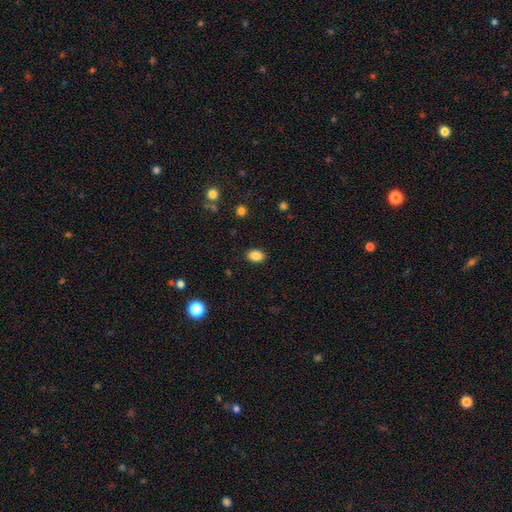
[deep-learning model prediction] Overall: smooth (87%). How rounded: in between (82%). Merging: none (88%).